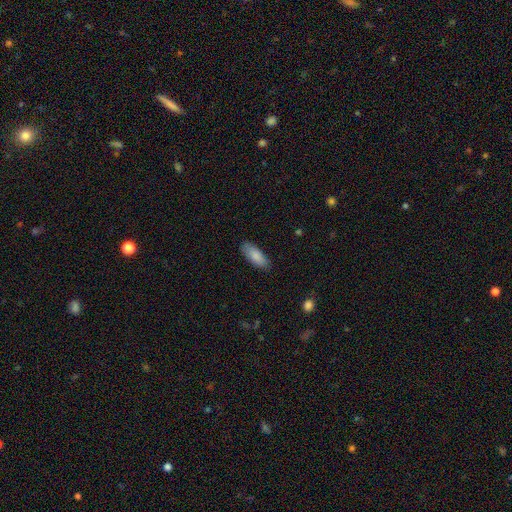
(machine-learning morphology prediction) Smooth or featured? Predicted: smooth (p=0.86). How rounded? Predicted: in between (p=0.75). Merging? Predicted: none (p=0.85).